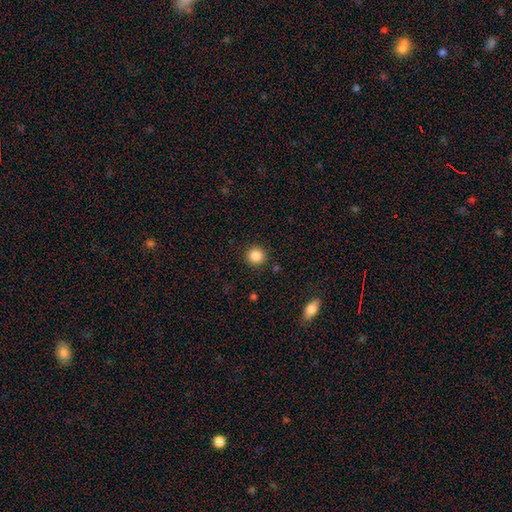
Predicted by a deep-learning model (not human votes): This is clearly a smooth galaxy (86%). How rounded: clearly round (94%). Merging: clearly none (91%).